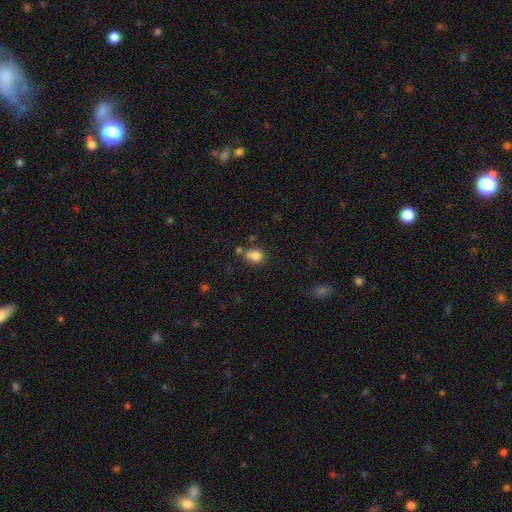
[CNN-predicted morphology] A smooth galaxy with no disk features (80%) that is round (66%).

Vote fractions:
- Smooth or featured? smooth: 80% / star or artifact: 12% / featured or disk: 9%
- How rounded? round: 66% / in between: 33% / cigar-shaped: 1%
- Merging? none: 50% / merger: 22% / minor disturbance: 20% / major disturbance: 8%